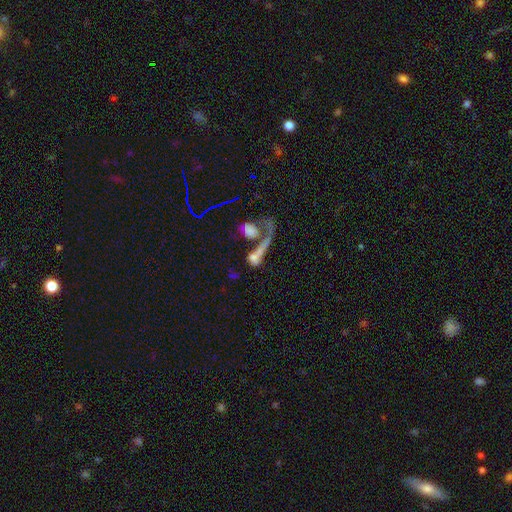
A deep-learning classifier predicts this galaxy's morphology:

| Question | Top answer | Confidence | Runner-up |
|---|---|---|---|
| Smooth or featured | smooth | 50% | featured or disk (36%) |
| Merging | merger | 46% | major disturbance (23%) |